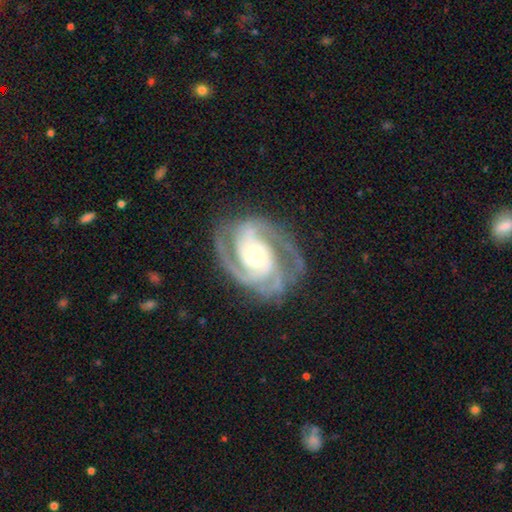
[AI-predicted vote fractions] This appears to be a featured or disk galaxy (93%) with no bar (65%), 3 (44%) tight (56%) spiral arms (98%) and a moderate central bulge (68%). Merging: none (75%).